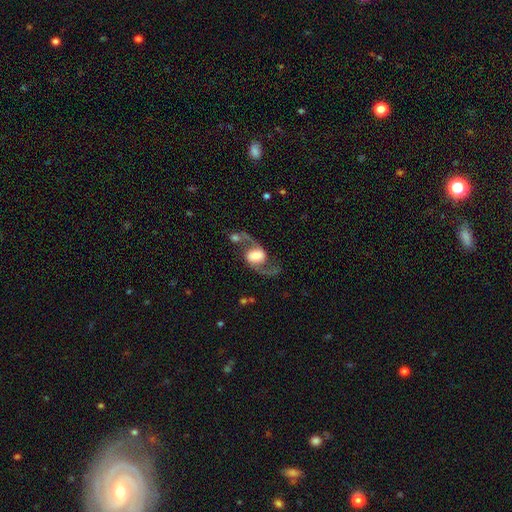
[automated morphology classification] type=featured or disk (85%); edge-on=no (97%); bar=weak (40%, tied with no); spiral arms=yes (96%); winding=loose (70%); arm count=2 (94%); bulge=large (46%); merging=none (64%).